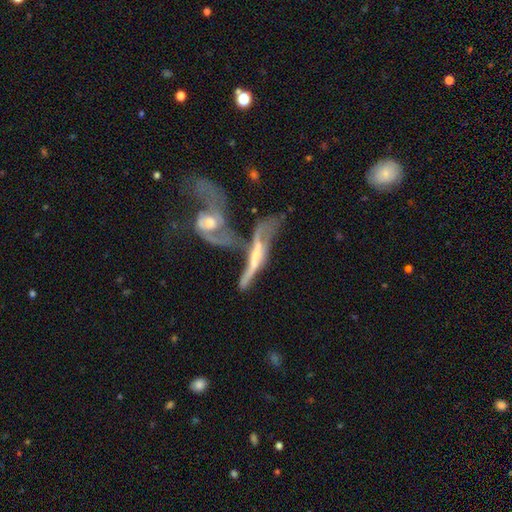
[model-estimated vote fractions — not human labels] Overall: featured or disk (72%). Edge-on disk: yes (52%; no 48%). Merging: merger (65%).